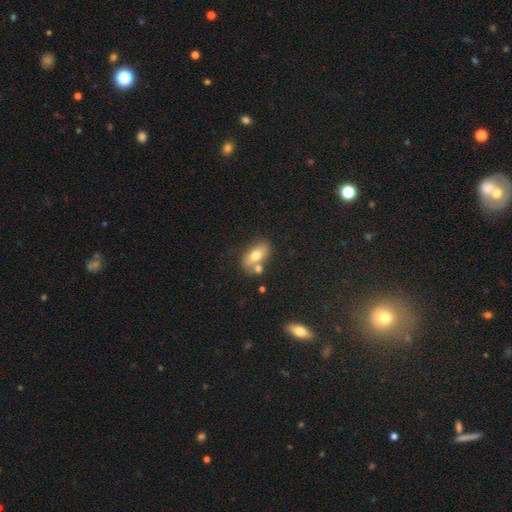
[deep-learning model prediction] smooth_or_featured: smooth (p=0.70) [alt: featured or disk p=0.21]
how_rounded: in between (p=0.86) [alt: round p=0.10]
merging: none (p=0.60) [alt: merger p=0.22]